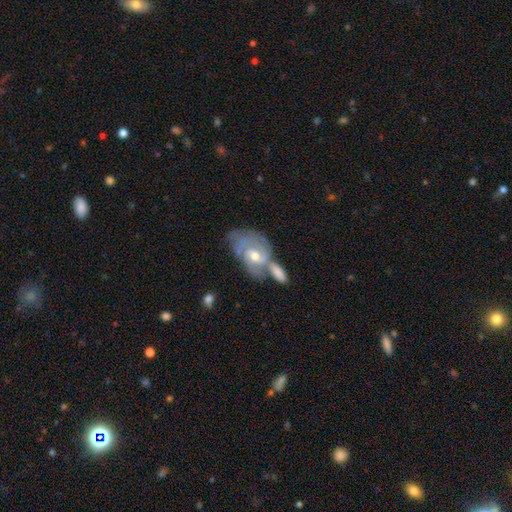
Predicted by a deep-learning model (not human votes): A featured or disk galaxy (74%) with no bar (60%), tight (56%) spiral arms (83%) and a moderate central bulge (60%).

Vote fractions:
- Smooth or featured? featured or disk: 74% / smooth: 18% / star or artifact: 8%
- Edge-on disk? no: 95% / yes: 5%
- Bar? no: 60% / weak: 33% / strong: 8%
- Spiral arms? yes: 83% / no: 17%
- Spiral winding? tight: 56% / medium: 33% / loose: 11%
- Spiral arm count? can't tell: 44% / 2: 33% / 3: 11% / 1: 5% / 4: 4% / more than 4: 3%
- Bulge size? moderate: 60% / small: 35% / large: 2% / none: 1% / dominant: 1%
- Merging? merger: 46% / none: 31% / minor disturbance: 14% / major disturbance: 9%